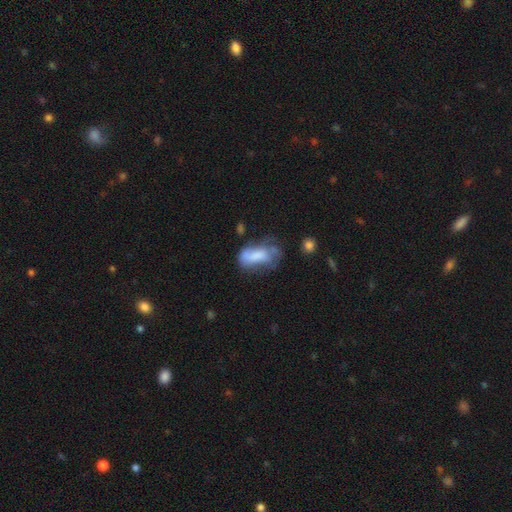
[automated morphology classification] This is possibly a smooth galaxy (59%). How rounded: clearly in between (84%). Merging: marginally major disturbance (31%).